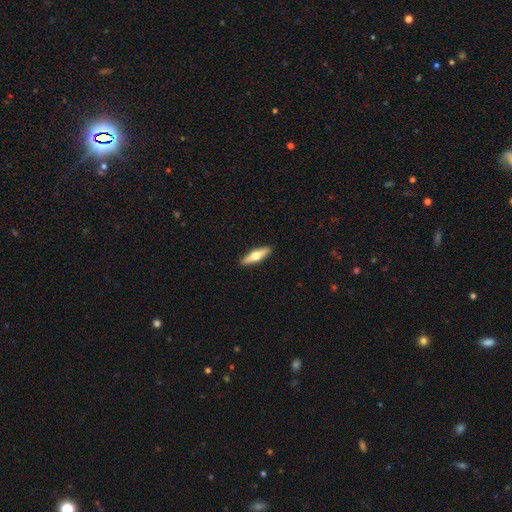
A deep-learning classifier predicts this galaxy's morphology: Smooth or featured? Predicted: featured or disk (p=0.48). Merging? Predicted: none (p=0.92).